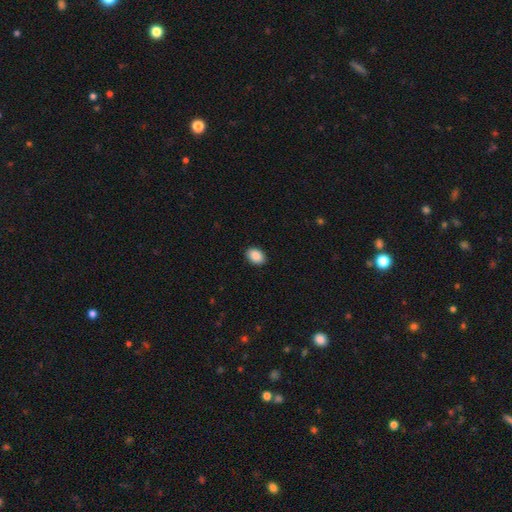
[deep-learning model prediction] smooth-or-featured: smooth: 90% | star or artifact: 7% | featured or disk: 3%
  how-rounded: in between: 82% | round: 17% | cigar-shaped: 1%
  merging: none: 90% | minor disturbance: 8% | major disturbance: 2% | merger: 1%